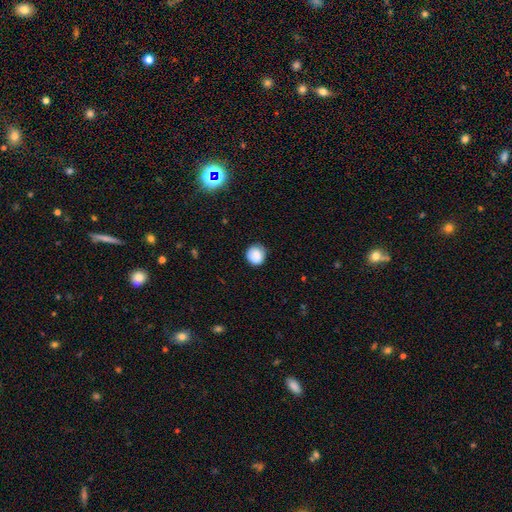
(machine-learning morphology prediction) Smooth or featured?
  - smooth: 86% *
  - star or artifact: 9%
  - featured or disk: 6%
How rounded?
  - round: 89% *
  - in between: 10%
  - cigar-shaped: 1%
Merging?
  - none: 81% *
  - minor disturbance: 15%
  - major disturbance: 3%
  - merger: 1%